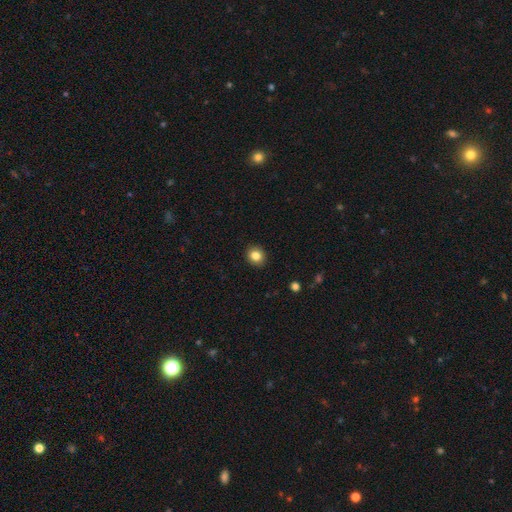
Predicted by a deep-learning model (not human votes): smooth-or-featured: smooth: 84% | star or artifact: 10% | featured or disk: 6%
  how-rounded: round: 80% | in between: 19% | cigar-shaped: 1%
  merging: none: 91% | minor disturbance: 6% | major disturbance: 2% | merger: 1%